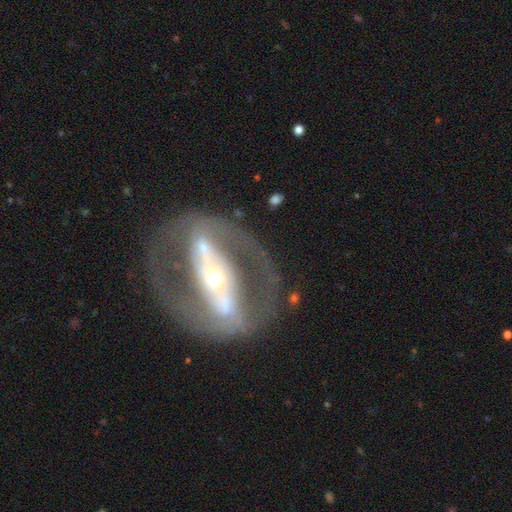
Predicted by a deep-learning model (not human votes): This appears to be a featured or disk galaxy (82%) with a strong bar (62%), no spiral arms (55%) and a small central bulge (47%). Merging: none (66%).